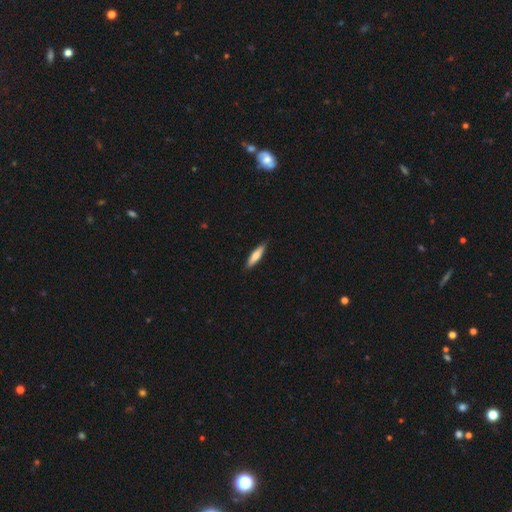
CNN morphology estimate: Smooth or featured? Predicted: smooth (p=0.69). How rounded? Predicted: cigar-shaped (p=0.78). Merging? Predicted: none (p=0.87).